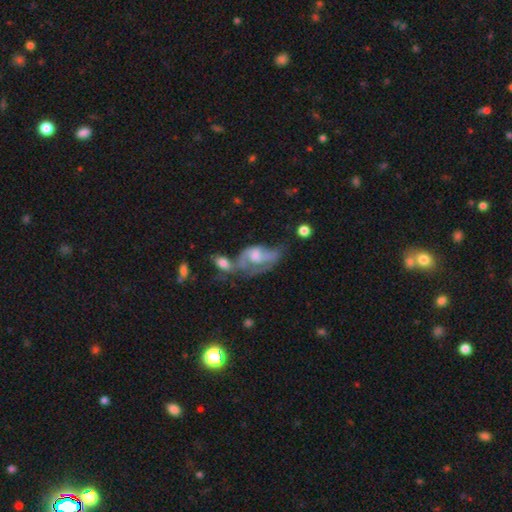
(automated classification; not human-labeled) Smooth or featured? featured or disk (65%)
Edge-on disk? no (94%)
Bar? no (59%)
Spiral arms? yes (70%)
Bulge size? moderate (41%)
Merging? merger (32%)